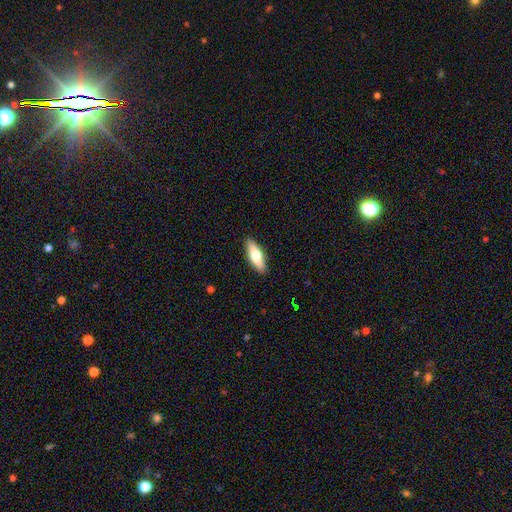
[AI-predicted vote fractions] Smooth or featured? smooth (67%)
How rounded? in between (54%)
Merging? none (89%)